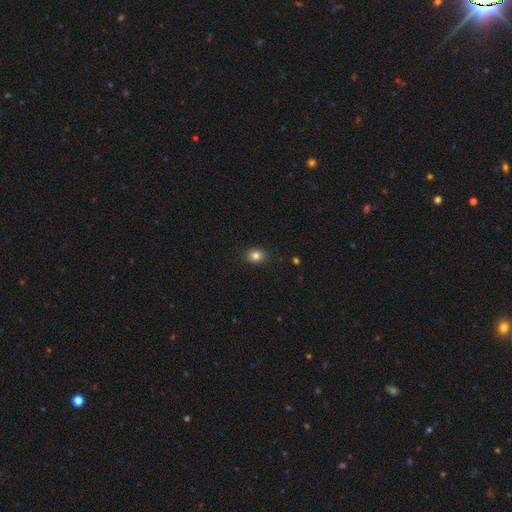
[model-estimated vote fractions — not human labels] A smooth galaxy with no disk features (83%) that is round (54%). Merging: none (89%).